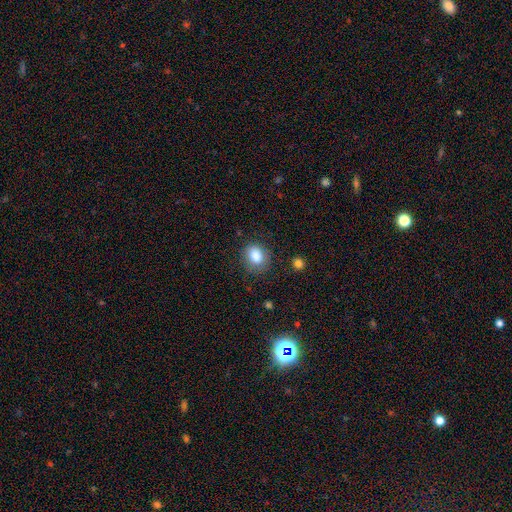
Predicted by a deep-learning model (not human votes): smooth 85%, star or artifact 9%, featured or disk 6%. Down the decision tree: how rounded — round (51%); merging — none (76%).